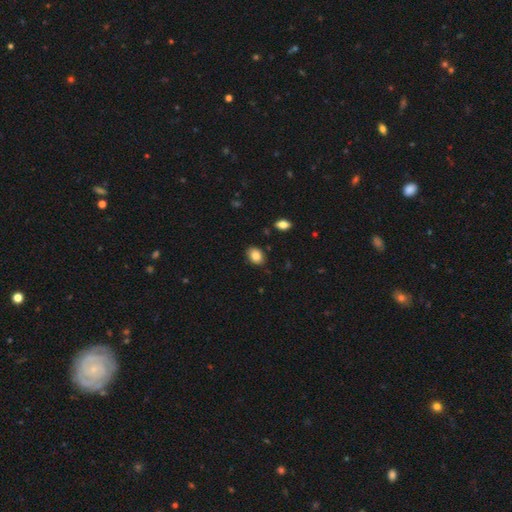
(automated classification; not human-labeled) smooth 85%, star or artifact 9%, featured or disk 7%. Down the decision tree: how rounded — in between (70%); merging — none (86%).